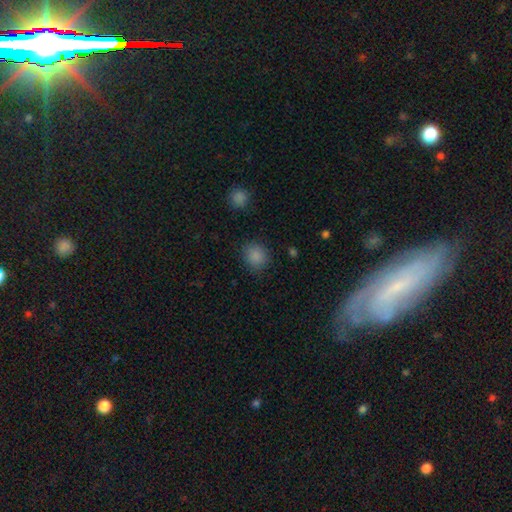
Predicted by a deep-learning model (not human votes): Overall: smooth (86%). How rounded: round (77%). Merging: none (86%).